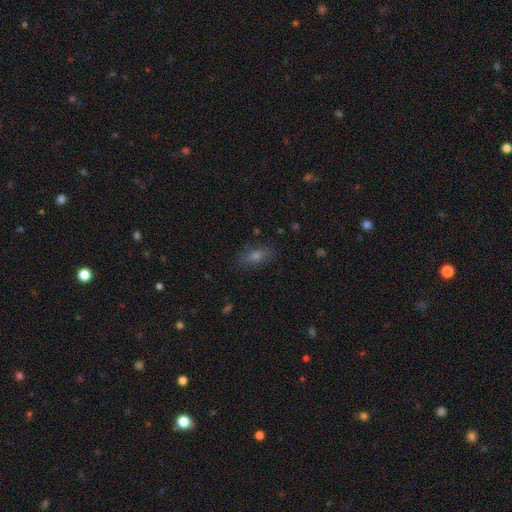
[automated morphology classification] This appears to be a smooth galaxy with no disk features (59%) that is in between round and cigar-shaped (77%). Merging: none (84%).